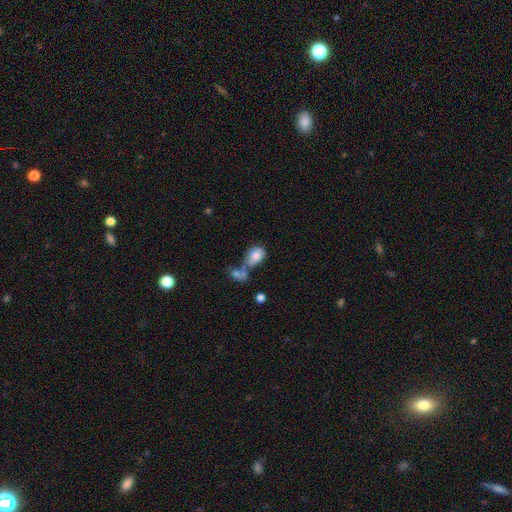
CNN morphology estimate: This appears to be a smooth galaxy with no disk features (78%) that is in between round and cigar-shaped (79%). Merging: merger (49%).